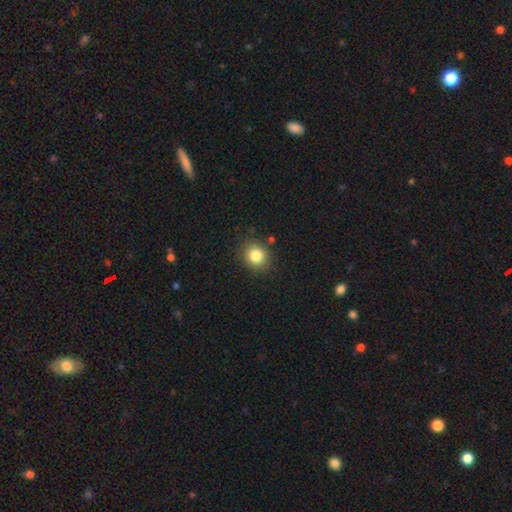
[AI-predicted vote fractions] Q: Smooth or featured?
A: smooth (83%); runner-up: star or artifact (11%)
Q: How rounded?
A: round (79%); runner-up: in between (20%)
Q: Merging?
A: none (86%); runner-up: minor disturbance (9%)